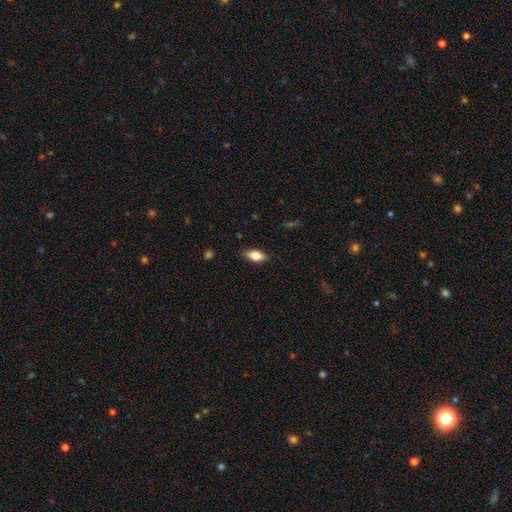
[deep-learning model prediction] This appears to be a smooth galaxy with no disk features (77%) that is in between round and cigar-shaped (86%). Merging: none (87%).